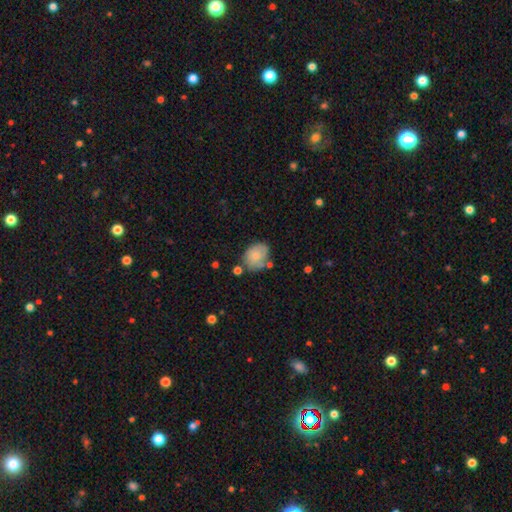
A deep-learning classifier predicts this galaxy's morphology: smooth_or_featured: smooth (p=0.75) [alt: featured or disk p=0.17]
how_rounded: in between (p=0.54) [alt: round p=0.45]
merging: none (p=0.61) [alt: minor disturbance p=0.23]